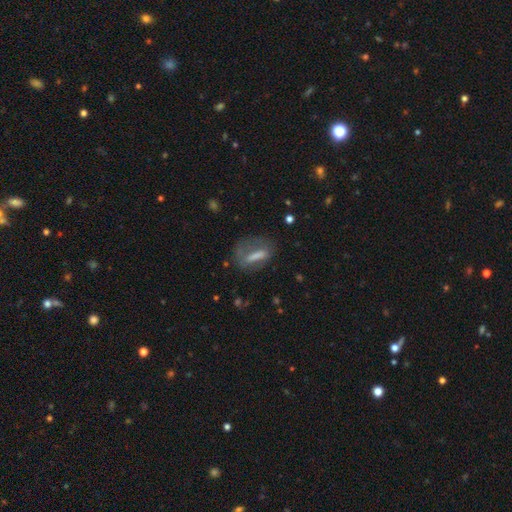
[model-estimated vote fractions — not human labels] Overall: smooth (47%; featured or disk 39%). Merging: none (55%; minor disturbance 21%).